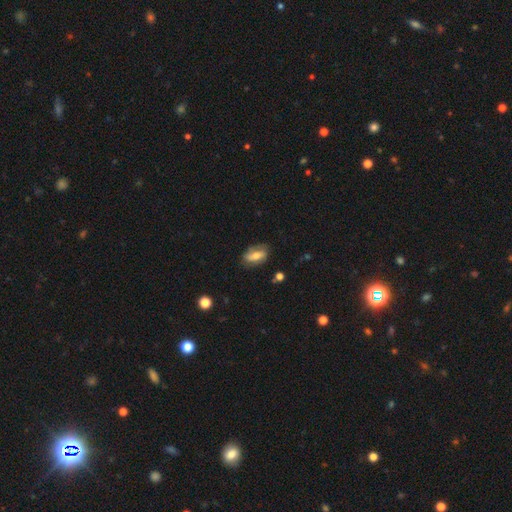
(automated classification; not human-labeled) Q: Smooth or featured?
A: smooth (50%); runner-up: featured or disk (43%)
Q: Merging?
A: none (74%); runner-up: minor disturbance (19%)